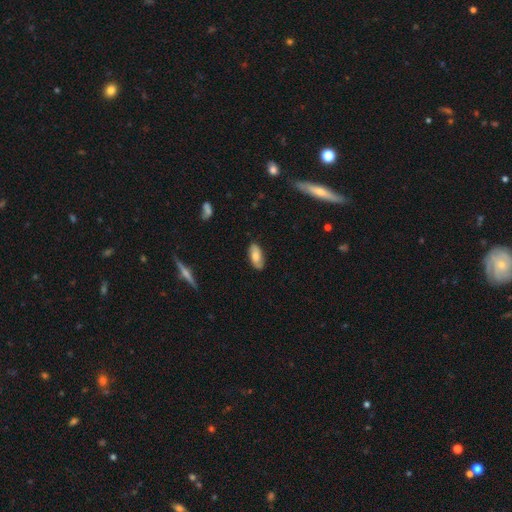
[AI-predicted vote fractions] This is likely a smooth galaxy (66%). How rounded: clearly in between (90%). Merging: clearly none (81%).